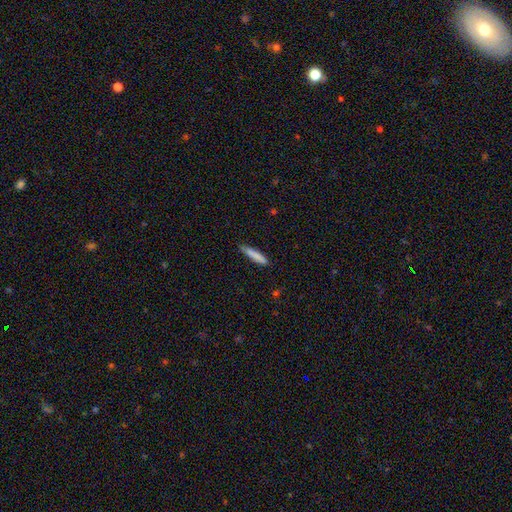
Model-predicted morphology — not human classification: type=smooth (82%); roundness=cigar-shaped (90%); merging=none (81%).